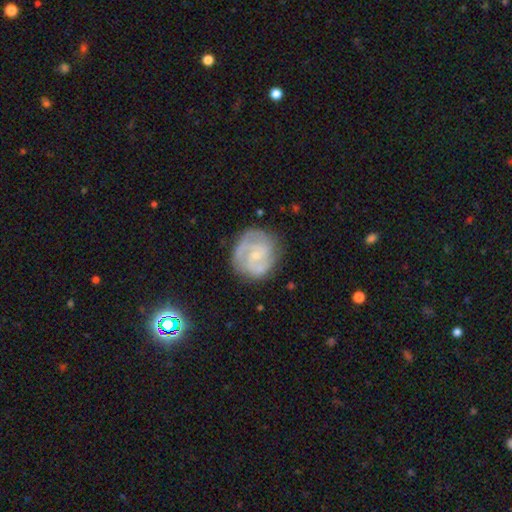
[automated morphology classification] featured or disk 78%, smooth 16%, star or artifact 6%. Down the decision tree: edge-on disk — no (98%); bar — no (58%); spiral arms — yes (92%); spiral arm count — 2 (49%); spiral winding — tight (52%); bulge size — small (72%); merging — none (75%).